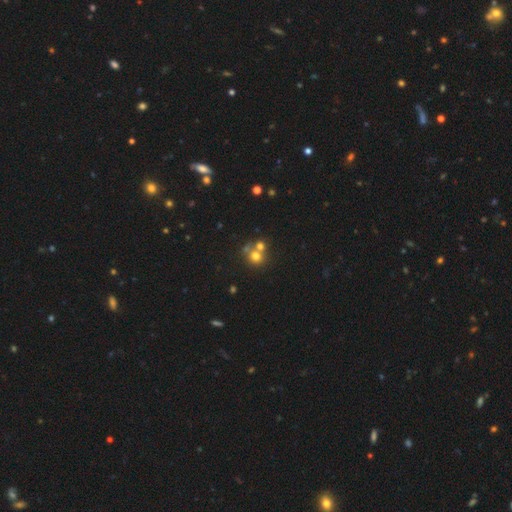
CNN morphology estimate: type=smooth (68%); roundness=round (85%); merging=merger (45%, tied with none).